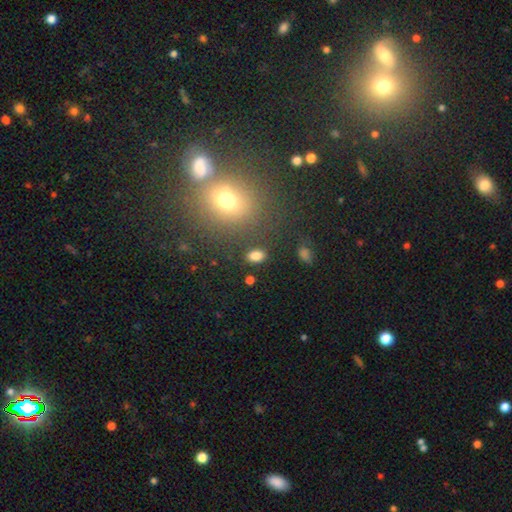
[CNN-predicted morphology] smooth_or_featured: smooth (p=0.82) [alt: star or artifact p=0.12]
how_rounded: in between (p=0.85) [alt: round p=0.13]
merging: none (p=0.85) [alt: minor disturbance p=0.09]